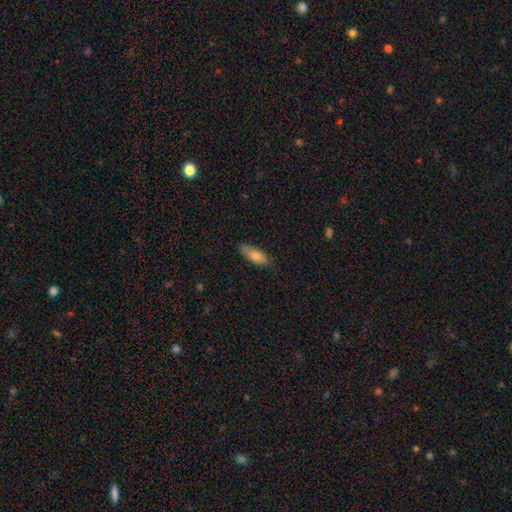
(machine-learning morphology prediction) Smooth or featured: smooth — 79% (featured or disk — 14%)
How rounded: in between — 74% (cigar-shaped — 24%)
Merging: none — 69% (minor disturbance — 24%)